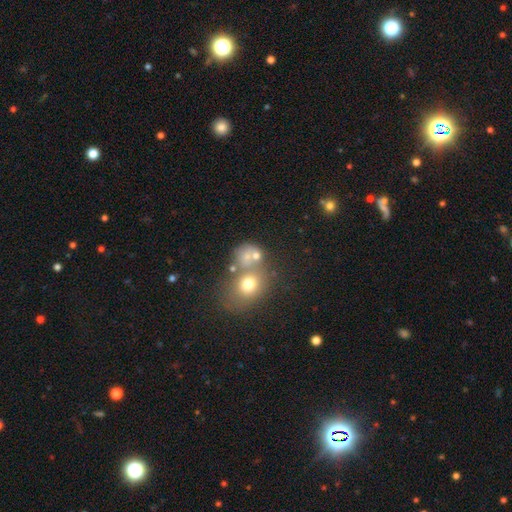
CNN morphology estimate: smooth 64%, featured or disk 19%, star or artifact 17%. Down the decision tree: how rounded — round (64%); merging — merger (45%).